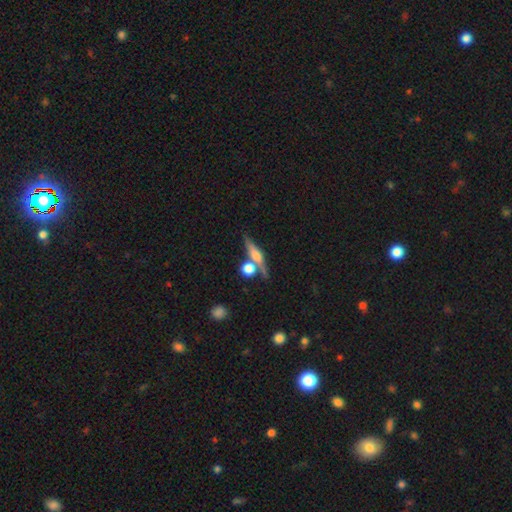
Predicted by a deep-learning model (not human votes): Smooth or featured: featured or disk — 53% (smooth — 37%)
Edge-on disk: yes — 91% (no — 9%)
Merging: none — 63% (merger — 21%)